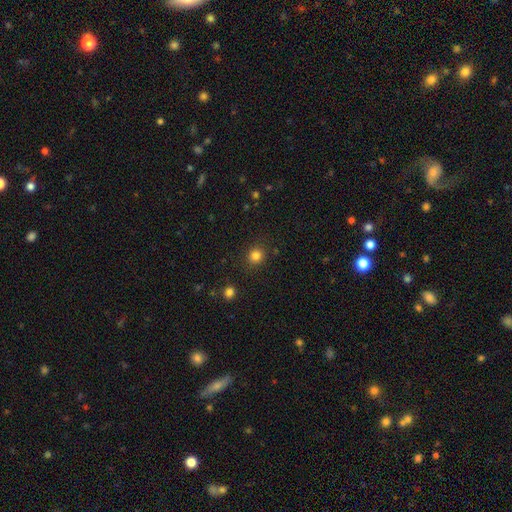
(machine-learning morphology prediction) A smooth galaxy with no disk features (82%) that is round (86%).

Vote fractions:
- Smooth or featured? smooth: 82% / star or artifact: 13% / featured or disk: 4%
- How rounded? round: 86% / in between: 13% / cigar-shaped: 1%
- Merging? none: 89% / minor disturbance: 7% / major disturbance: 3% / merger: 2%